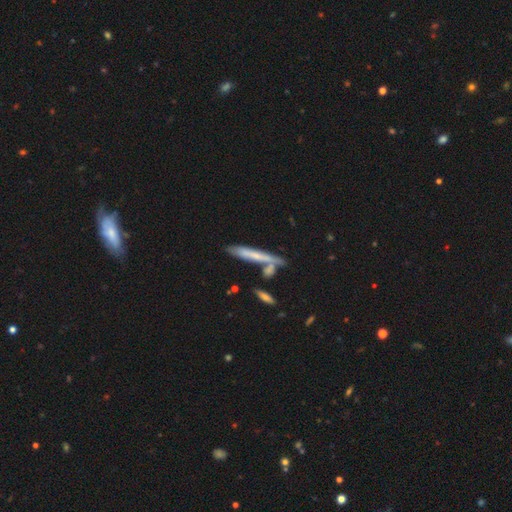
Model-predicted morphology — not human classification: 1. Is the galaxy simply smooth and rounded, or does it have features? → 52% smooth, 40% featured or disk, 8% star or artifact.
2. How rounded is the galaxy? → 89% cigar-shaped, 9% in between, 2% round.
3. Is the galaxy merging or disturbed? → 59% none, 22% merger, 14% minor disturbance, 5% major disturbance.